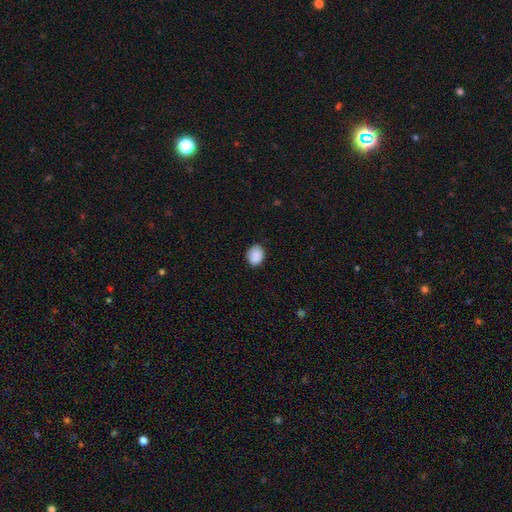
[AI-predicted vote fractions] A smooth galaxy with no disk features (90%) that is round (50%). Merging: none (84%).